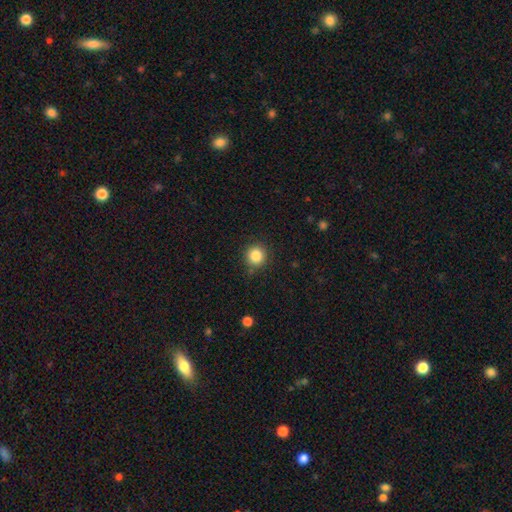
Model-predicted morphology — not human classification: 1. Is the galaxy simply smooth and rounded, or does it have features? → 85% smooth, 10% star or artifact, 4% featured or disk.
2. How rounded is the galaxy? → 93% round, 6% in between, 1% cigar-shaped.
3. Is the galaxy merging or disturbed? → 85% none, 11% minor disturbance, 3% major disturbance, 2% merger.